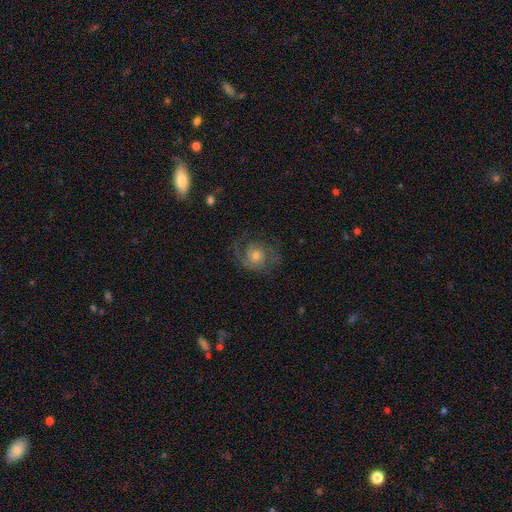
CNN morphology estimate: type=featured or disk (74%); edge-on=no (97%); bar=no (74%); spiral arms=yes (92%); winding=medium (43%); arm count=2 (57%); bulge=moderate (55%); merging=none (68%).